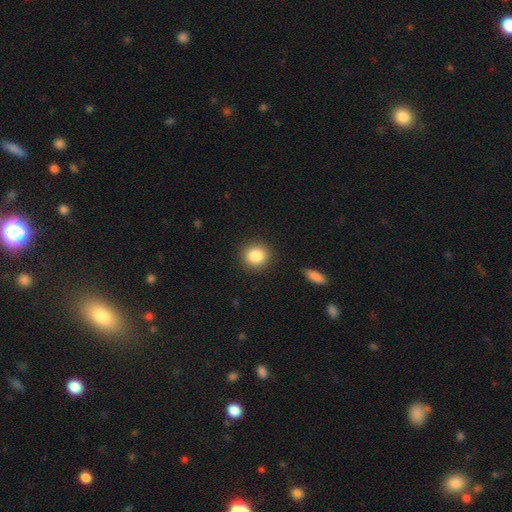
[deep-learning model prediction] Smooth or featured?
  - smooth: 86% *
  - star or artifact: 9%
  - featured or disk: 5%
How rounded?
  - round: 87% *
  - in between: 12%
  - cigar-shaped: 1%
Merging?
  - none: 90% *
  - minor disturbance: 7%
  - major disturbance: 2%
  - merger: 1%